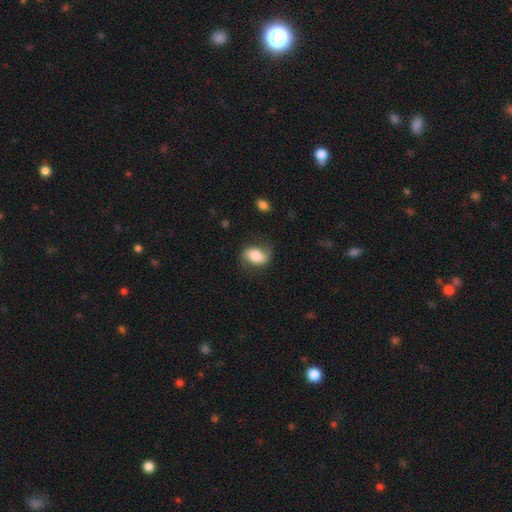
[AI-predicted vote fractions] The model was most divided on "smooth or featured": smooth: 51%, featured or disk: 41%, star or artifact: 8%. More confident: how rounded — in between (78%); merging — none (69%).